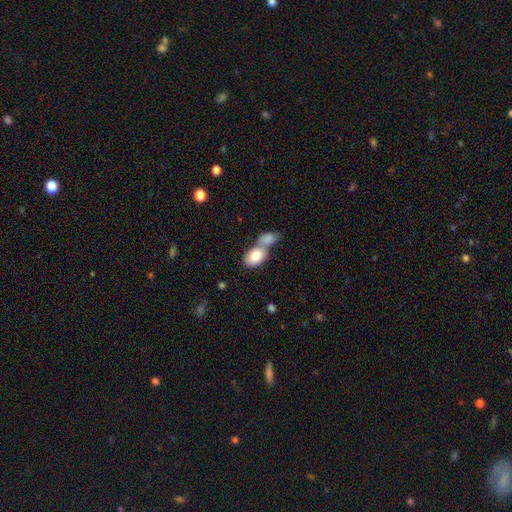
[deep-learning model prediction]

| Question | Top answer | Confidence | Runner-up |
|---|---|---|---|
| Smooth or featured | smooth | 82% | featured or disk (12%) |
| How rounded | in between | 87% | round (12%) |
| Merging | merger | 66% | none (23%) |